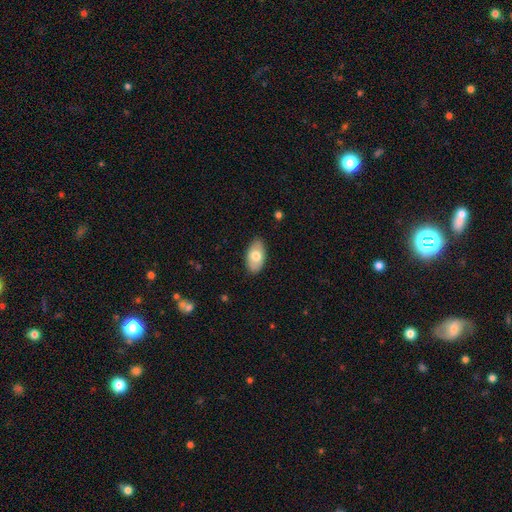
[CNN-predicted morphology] smooth 73%, featured or disk 21%, star or artifact 6%. Down the decision tree: how rounded — in between (94%); merging — none (85%).